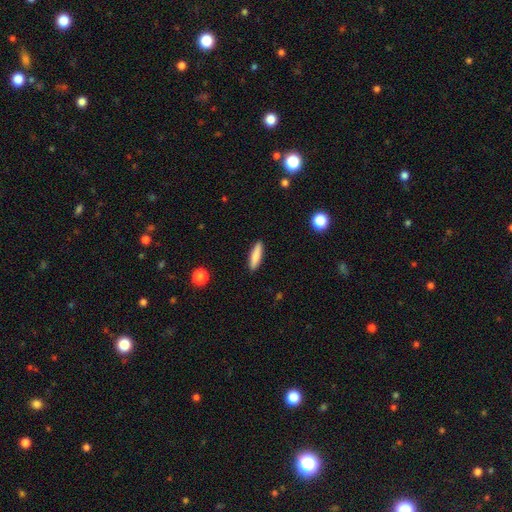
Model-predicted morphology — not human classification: Smooth or featured? Predicted: smooth (p=0.82). How rounded? Predicted: cigar-shaped (p=0.76). Merging? Predicted: none (p=0.91).